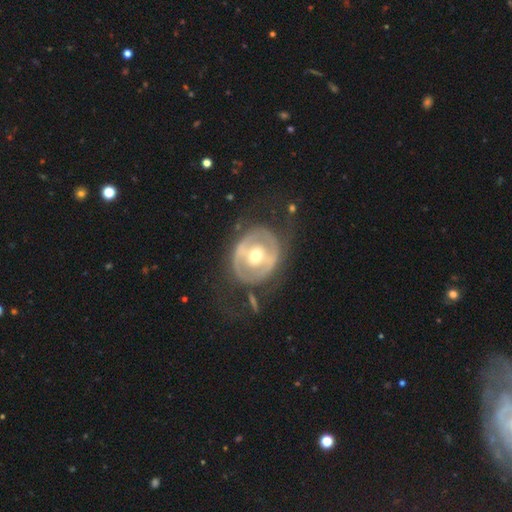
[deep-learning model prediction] Overall: featured or disk (73%). Edge-on disk: no (95%). Bar: strong (36%; weak 33%). Spiral arms: no (65%; yes 35%). Bulge size: moderate (68%). Merging: none (61%).